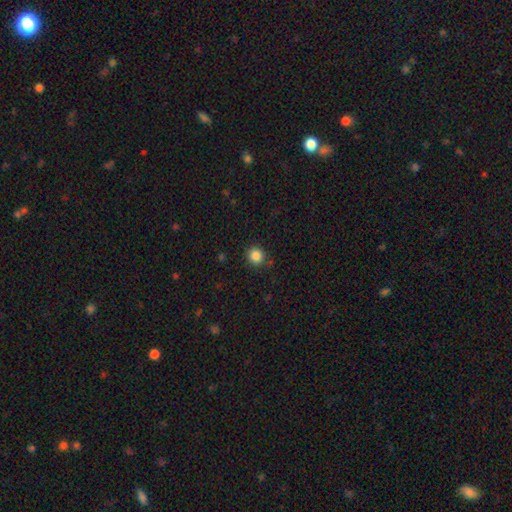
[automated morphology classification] This is clearly a smooth galaxy (85%). How rounded: clearly round (89%). Merging: clearly none (87%).